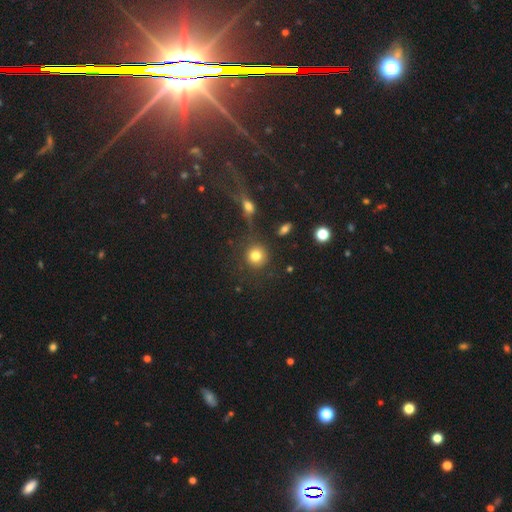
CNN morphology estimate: smooth_or_featured: smooth (p=0.80) [alt: star or artifact p=0.12]
how_rounded: round (p=0.91) [alt: in between p=0.08]
merging: none (p=0.79) [alt: minor disturbance p=0.09]